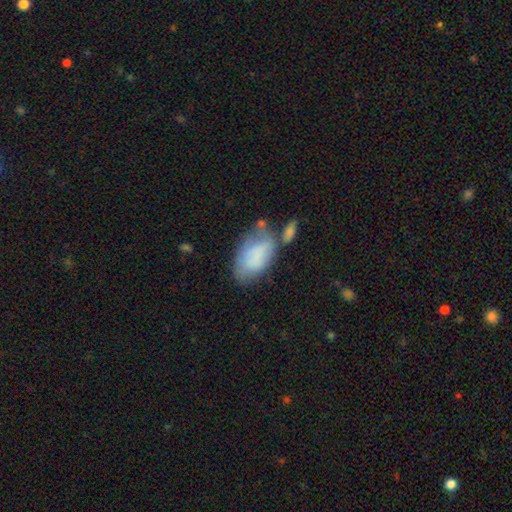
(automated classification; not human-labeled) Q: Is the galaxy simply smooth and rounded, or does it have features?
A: smooth — 72%.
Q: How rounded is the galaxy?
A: in between — 93%.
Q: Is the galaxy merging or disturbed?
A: none — 34%.